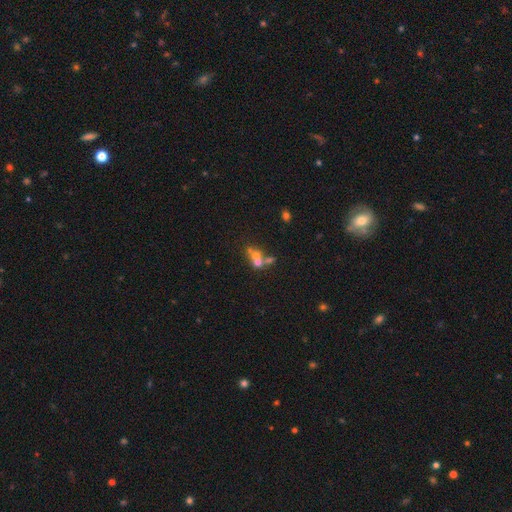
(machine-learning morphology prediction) Overall: smooth (49%; featured or disk 32%). Merging: merger (58%; none 29%).